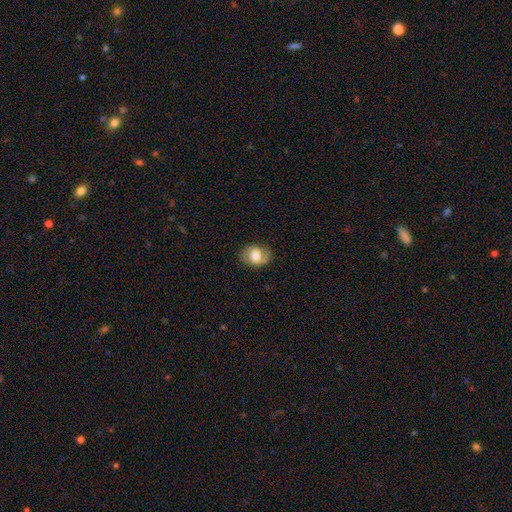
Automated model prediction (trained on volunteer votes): Overall: smooth (64%; featured or disk 28%). How rounded: in between (61%; round 38%). Merging: none (74%).